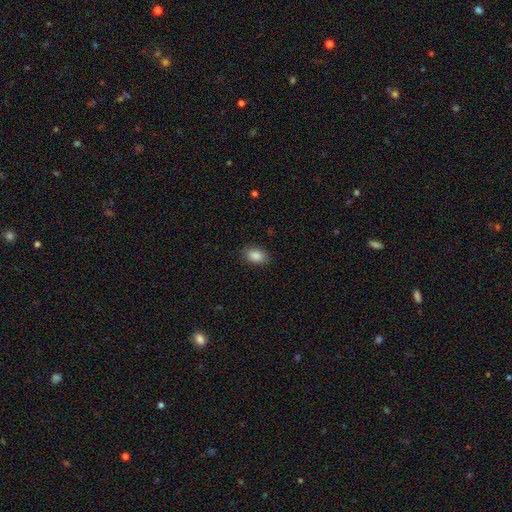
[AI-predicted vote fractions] This appears to be a smooth galaxy with no disk features (88%) that is in between round and cigar-shaped (87%). Merging: none (87%).